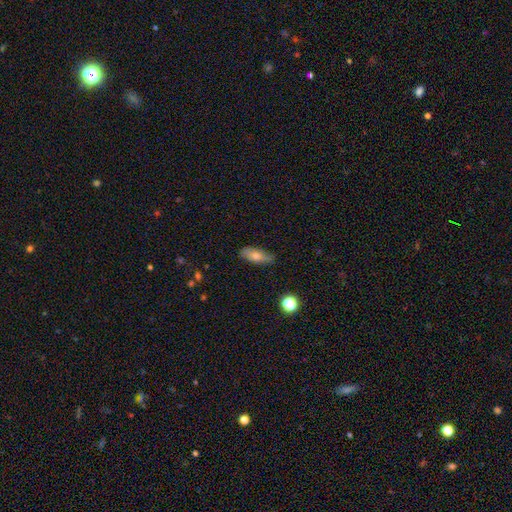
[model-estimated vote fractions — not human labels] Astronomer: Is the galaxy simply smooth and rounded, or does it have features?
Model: smooth — 65%.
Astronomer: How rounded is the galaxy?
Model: in between — 73%.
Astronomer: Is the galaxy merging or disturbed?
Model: none — 77%.